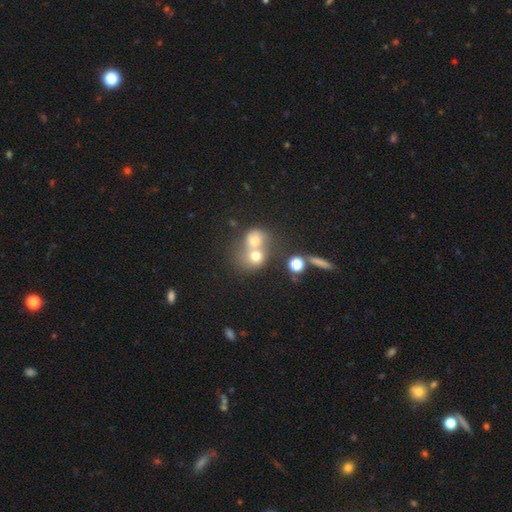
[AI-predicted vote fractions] Q: Smooth or featured?
A: smooth (65%); runner-up: featured or disk (21%)
Q: How rounded?
A: round (69%); runner-up: in between (30%)
Q: Merging?
A: merger (67%); runner-up: none (22%)